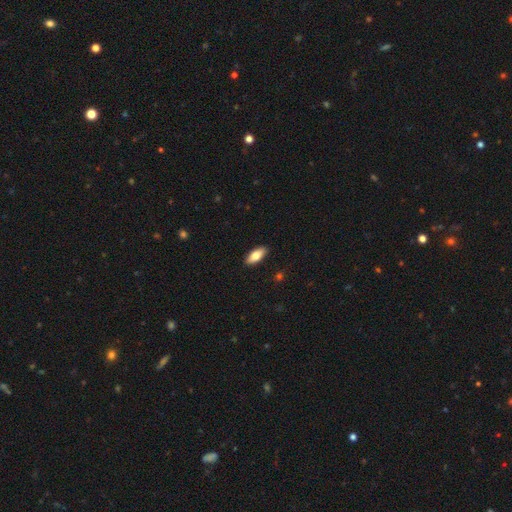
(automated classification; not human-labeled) Smooth or featured?
  - smooth: 76% *
  - featured or disk: 18%
  - star or artifact: 6%
How rounded?
  - in between: 81% *
  - cigar-shaped: 17%
  - round: 2%
Merging?
  - none: 90% *
  - minor disturbance: 7%
  - major disturbance: 2%
  - merger: 1%